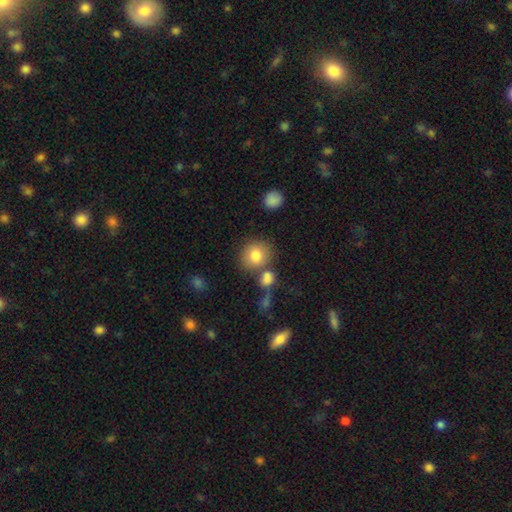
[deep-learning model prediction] A smooth galaxy with no disk features (81%) that is round (81%). Merging: none (67%).